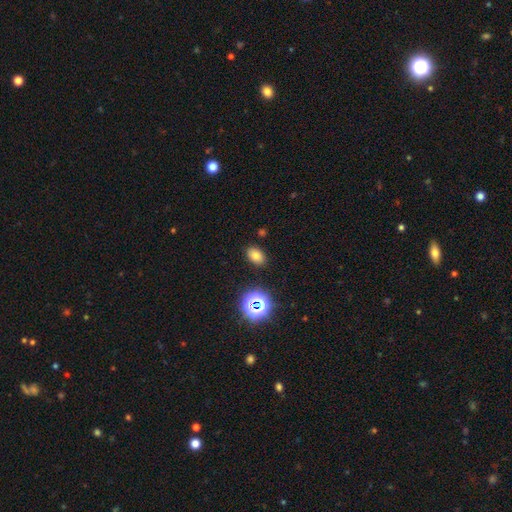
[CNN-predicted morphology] type=smooth (74%); roundness=in between (81%); merging=none (86%).